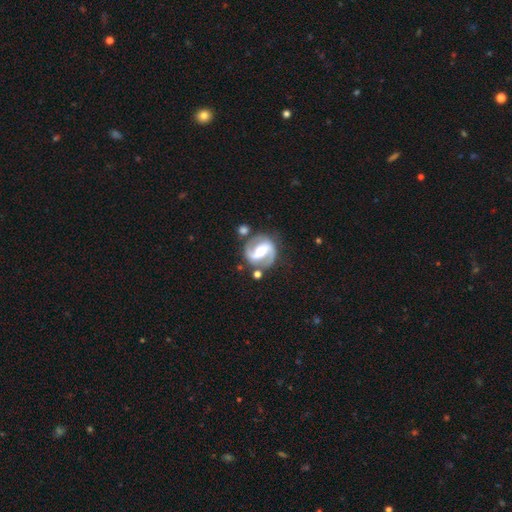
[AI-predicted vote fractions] smooth_or_featured: featured or disk (p=0.89) [alt: smooth p=0.07]
disk_edge_on: no (p=0.98) [alt: yes p=0.02]
bar: strong (p=0.46) [alt: weak p=0.33]
has_spiral_arms: yes (p=0.97) [alt: no p=0.03]
spiral_winding: medium (p=0.53) [alt: tight p=0.29]
spiral_arm_count: 2 (p=0.92) [alt: can't tell p=0.03]
bulge_size: moderate (p=0.63) [alt: small p=0.29]
merging: none (p=0.76) [alt: minor disturbance p=0.13]